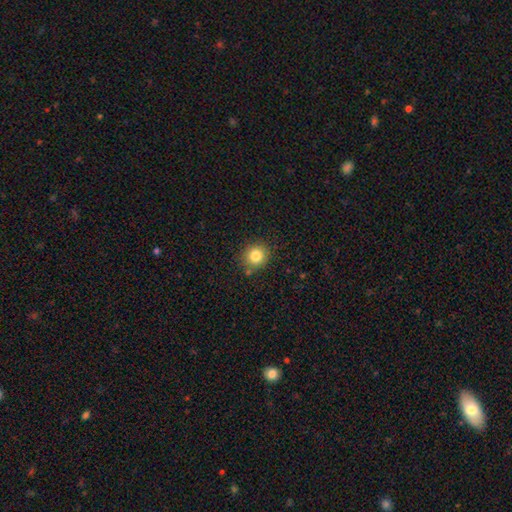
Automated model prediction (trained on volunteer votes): Smooth or featured: smooth — 83% (star or artifact — 11%)
How rounded: round — 88% (in between — 11%)
Merging: none — 85% (minor disturbance — 9%)